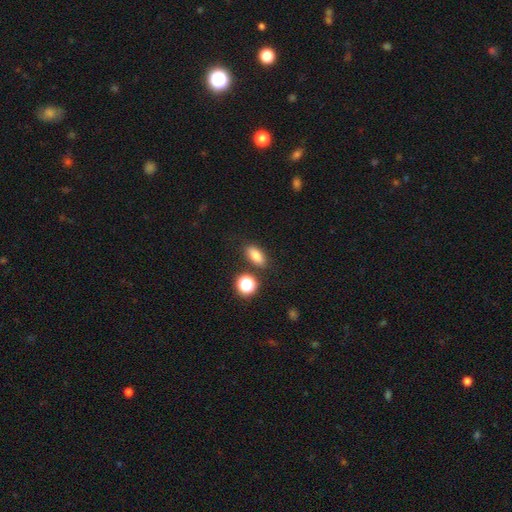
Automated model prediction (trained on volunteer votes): A smooth galaxy with no disk features (80%) that is in between round and cigar-shaped (79%).

Vote fractions:
- Smooth or featured? smooth: 80% / star or artifact: 12% / featured or disk: 8%
- How rounded? in between: 79% / round: 12% / cigar-shaped: 9%
- Merging? none: 82% / minor disturbance: 10% / merger: 5% / major disturbance: 3%